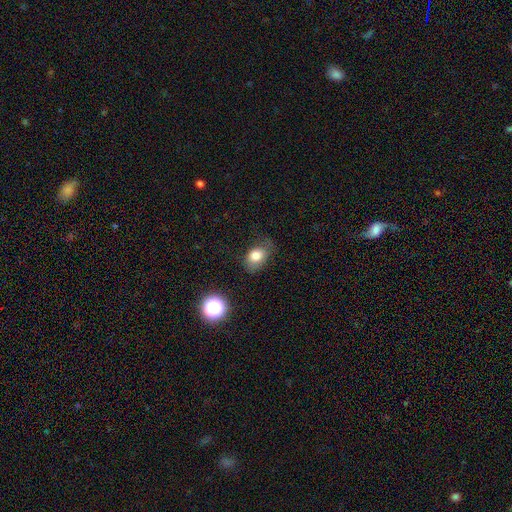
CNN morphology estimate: smooth-or-featured: smooth: 78% | star or artifact: 11% | featured or disk: 10%
  how-rounded: in between: 67% | round: 32% | cigar-shaped: 1%
  merging: none: 57% | minor disturbance: 29% | major disturbance: 13% | merger: 2%